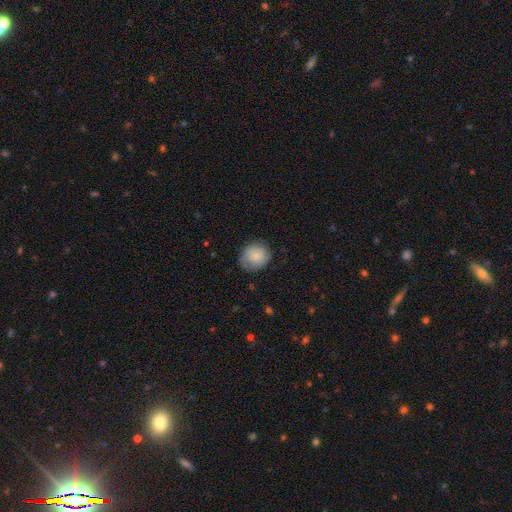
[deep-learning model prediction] Q: Smooth or featured?
A: smooth (79%); runner-up: featured or disk (14%)
Q: How rounded?
A: round (81%); runner-up: in between (18%)
Q: Merging?
A: none (74%); runner-up: minor disturbance (20%)